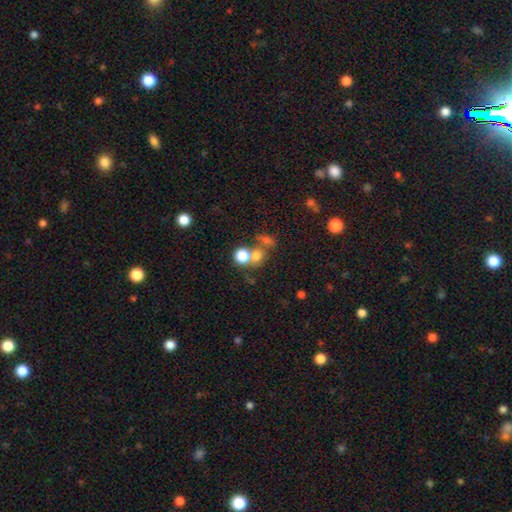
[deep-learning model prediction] Overall: smooth (68%). How rounded: round (77%). Merging: none (46%; merger 39%).